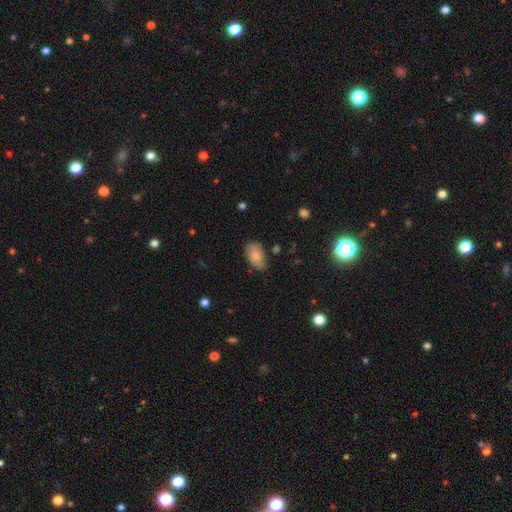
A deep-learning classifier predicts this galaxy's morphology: A smooth galaxy with no disk features (81%) that is in between round and cigar-shaped (92%). Merging: none (72%).